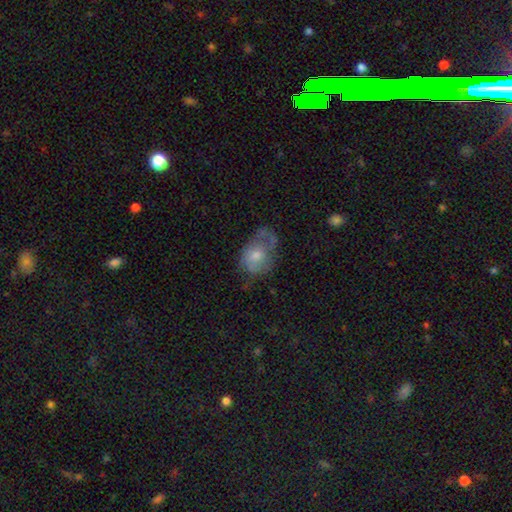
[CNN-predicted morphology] Smooth or featured: smooth — 52% (featured or disk — 39%)
How rounded: in between — 67% (round — 31%)
Merging: none — 39% (minor disturbance — 32%)